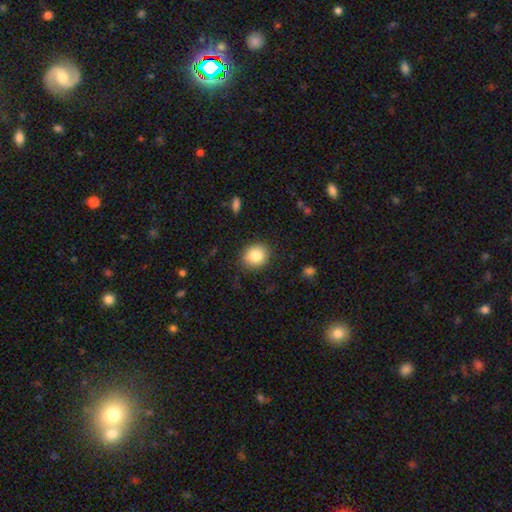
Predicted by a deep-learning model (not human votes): Smooth or featured? smooth (83%)
How rounded? round (73%)
Merging? none (87%)